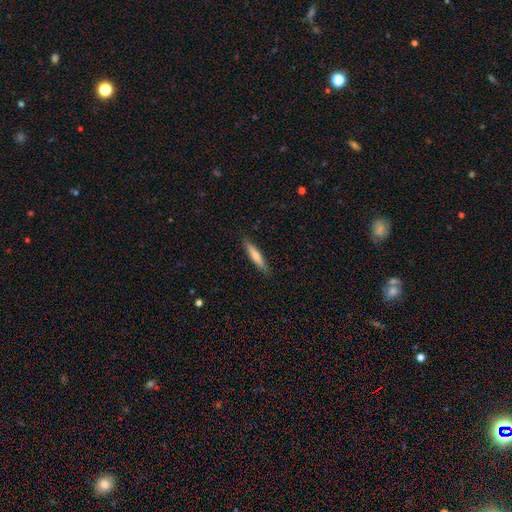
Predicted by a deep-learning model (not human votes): This appears to be a smooth galaxy with no disk features (70%) that is cigar-shaped (86%). Merging: none (88%).